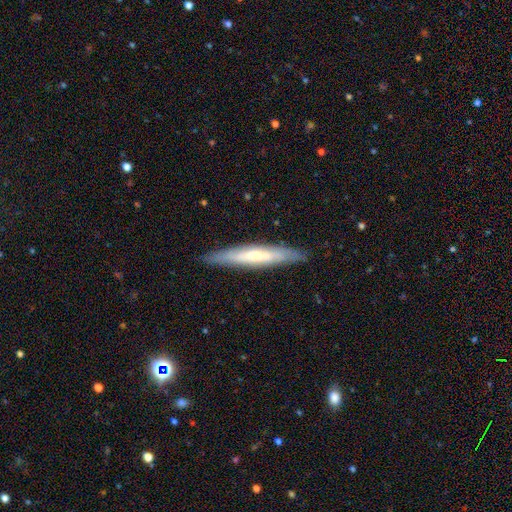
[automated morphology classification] Overall: featured or disk (48%; smooth 46%). Merging: none (88%).